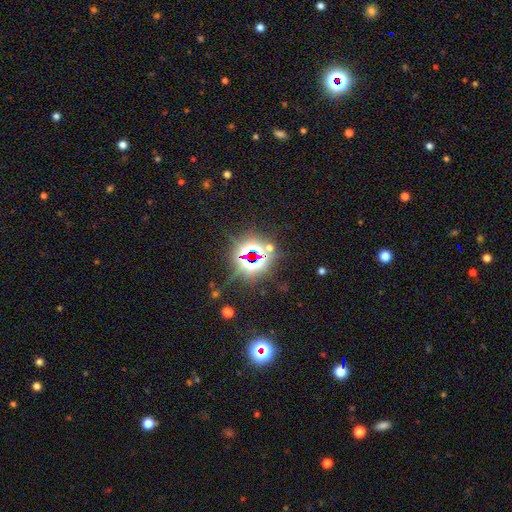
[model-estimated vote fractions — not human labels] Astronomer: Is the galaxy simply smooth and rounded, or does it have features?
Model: star or artifact — 80%.